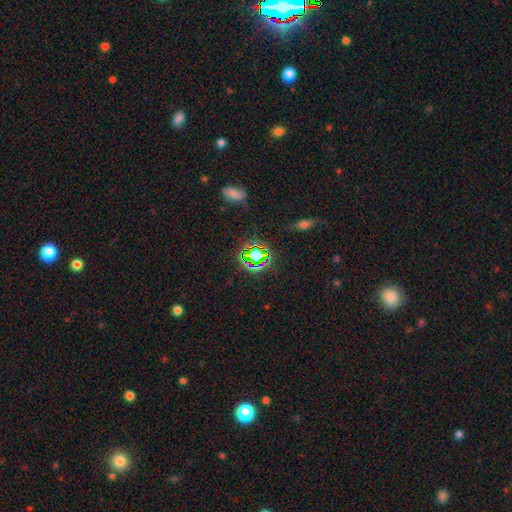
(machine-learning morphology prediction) A star or artifact, not a galaxy (70%).

Vote fractions:
- Smooth or featured? star or artifact: 70% / smooth: 20% / featured or disk: 10%